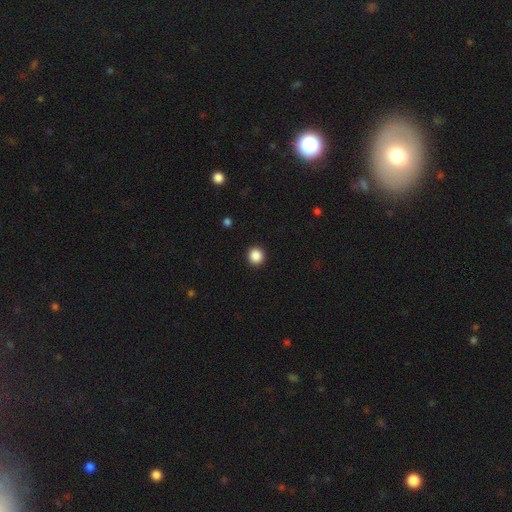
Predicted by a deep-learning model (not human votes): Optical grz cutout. It shows a smooth galaxy with no disk features (88%) that is round (95%). Merging: none (93%).